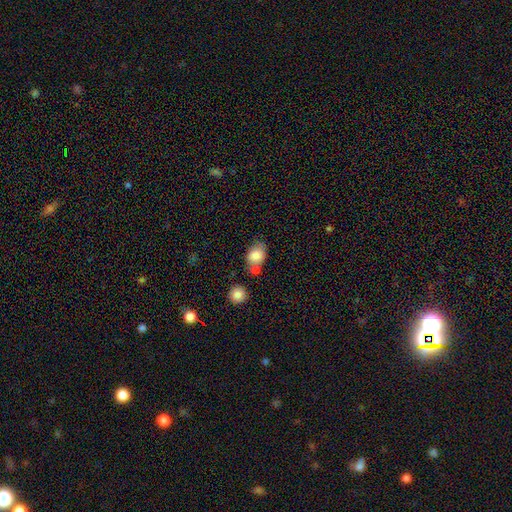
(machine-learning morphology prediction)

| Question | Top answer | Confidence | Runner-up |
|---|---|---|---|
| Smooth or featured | smooth | 82% | featured or disk (11%) |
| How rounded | in between | 74% | round (24%) |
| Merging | none | 45% | merger (29%) |